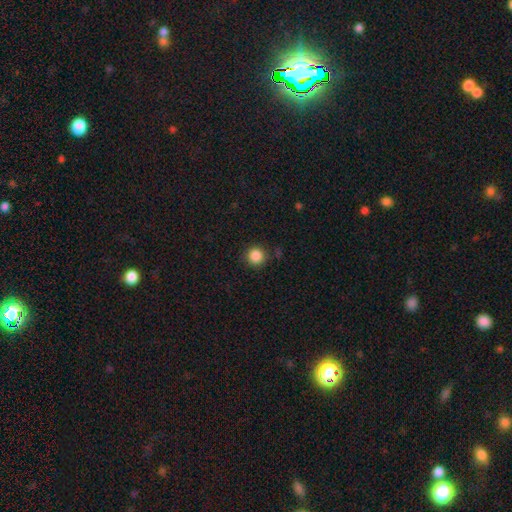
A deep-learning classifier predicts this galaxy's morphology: type=smooth (86%); roundness=round (94%); merging=none (86%).